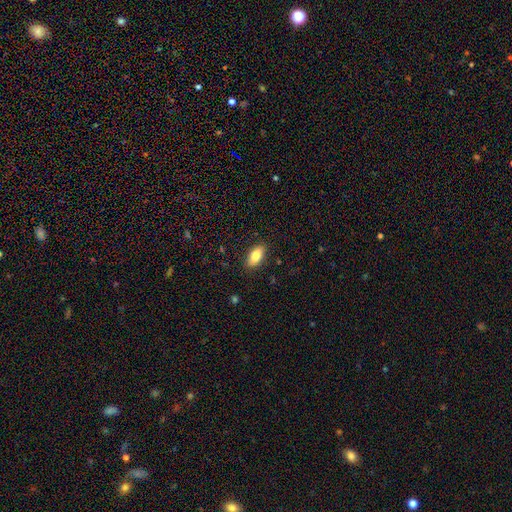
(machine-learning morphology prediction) A smooth galaxy with no disk features (80%) that is in between round and cigar-shaped (90%). Merging: none (88%).